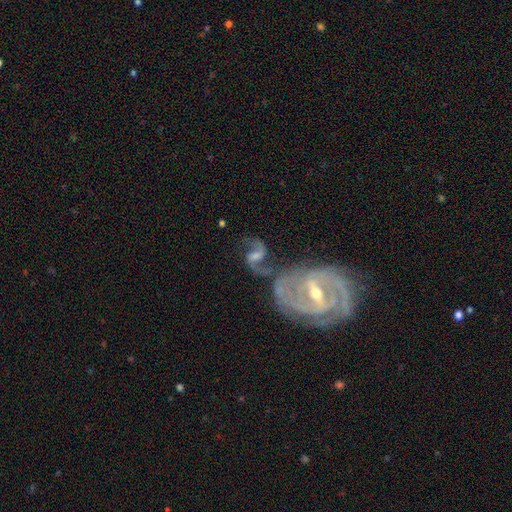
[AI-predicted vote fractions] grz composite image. It shows a featured or disk galaxy (86%) with a weak bar (53%), 2 (92%) loose (57%) spiral arms (96%) and a moderate central bulge (37%). Merging: none (45%).